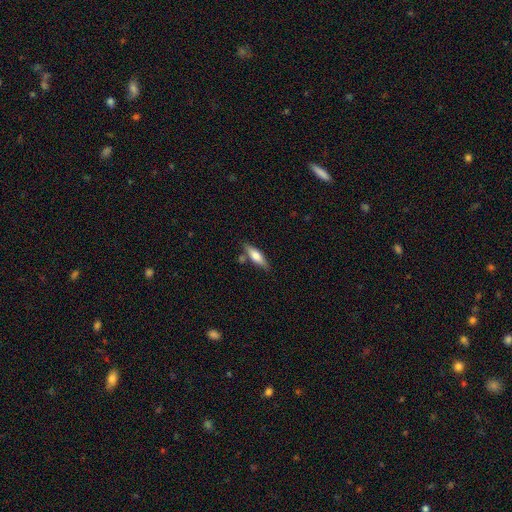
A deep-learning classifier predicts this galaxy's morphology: A smooth galaxy with no disk features (61%) that is cigar-shaped (56%). Merging: none (73%).